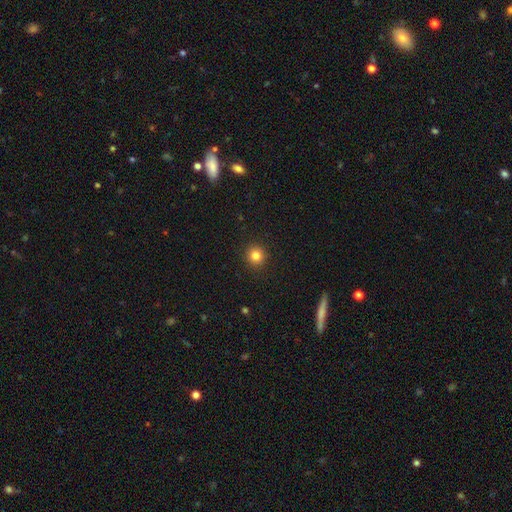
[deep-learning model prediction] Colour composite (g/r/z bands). It shows a smooth galaxy with no disk features (82%) that is round (94%). Merging: none (92%).